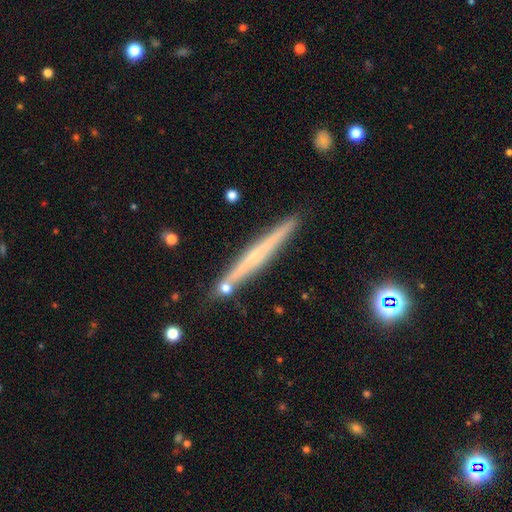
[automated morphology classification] This is possibly a featured or disk galaxy (58%). It is clearly viewed edge-on (97%). Edge-on bulge: likely none (63%). Merging: clearly none (85%).